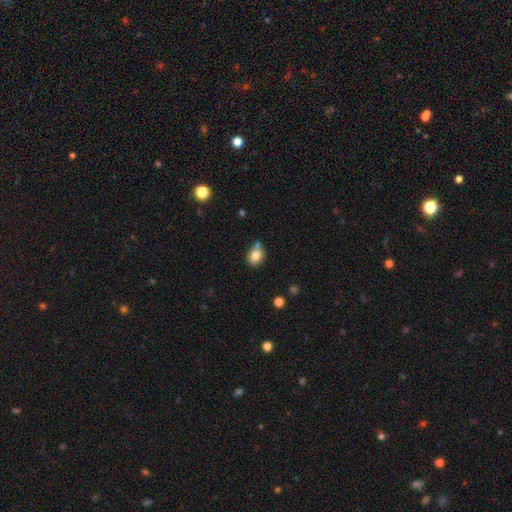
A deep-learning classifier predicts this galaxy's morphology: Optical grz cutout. It shows a smooth galaxy with no disk features (81%) that is in between round and cigar-shaped (55%). Merging: none (59%).